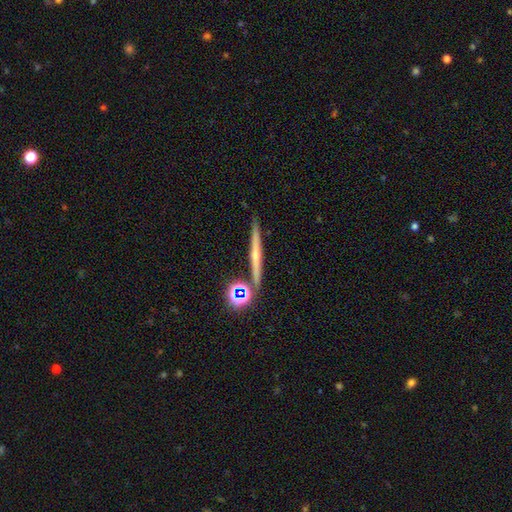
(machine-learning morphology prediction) type=featured or disk (54%); edge-on=yes (95%); edge-on bulge=rounded (51%); merging=none (85%).